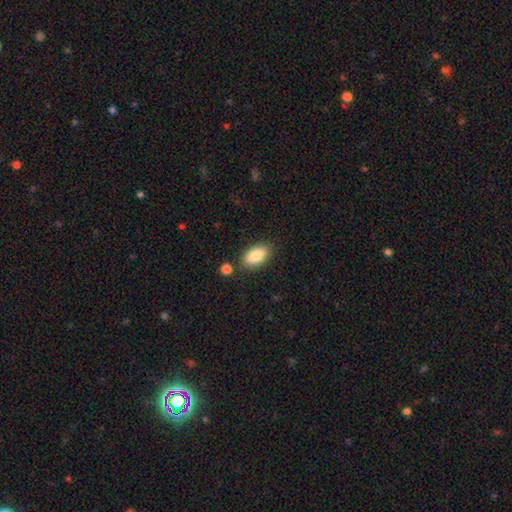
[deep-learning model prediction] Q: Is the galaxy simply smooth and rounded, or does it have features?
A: smooth — 85%.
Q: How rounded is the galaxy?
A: in between — 92%.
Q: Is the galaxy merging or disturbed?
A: none — 81%.